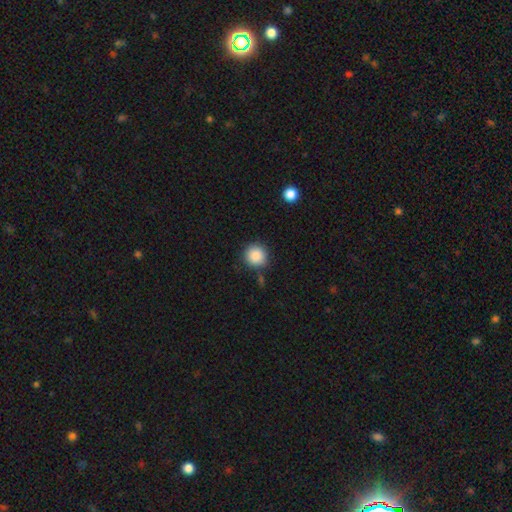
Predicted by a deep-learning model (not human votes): smooth_or_featured: smooth (p=0.88) [alt: star or artifact p=0.09]
how_rounded: round (p=0.92) [alt: in between p=0.07]
merging: none (p=0.81) [alt: minor disturbance p=0.11]